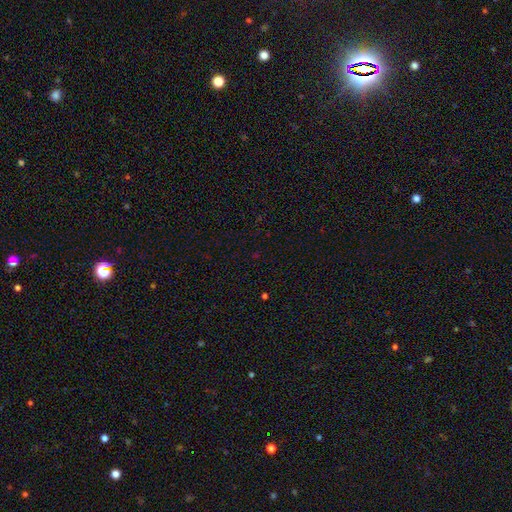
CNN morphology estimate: A star or artifact, not a galaxy (65%).

Vote fractions:
- Smooth or featured? star or artifact: 65% / smooth: 28% / featured or disk: 7%